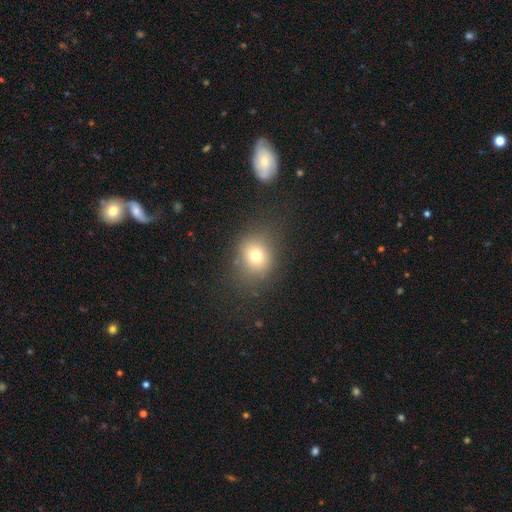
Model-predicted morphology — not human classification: Smooth or featured? smooth (73%)
How rounded? round (64%)
Merging? none (78%)